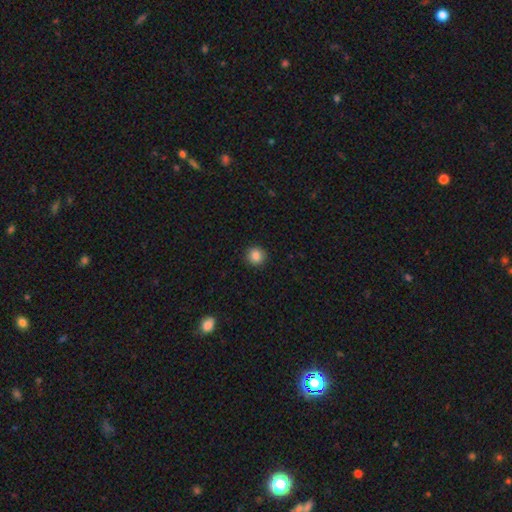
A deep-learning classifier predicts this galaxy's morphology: A smooth galaxy with no disk features (85%) that is round (93%). Merging: none (92%).